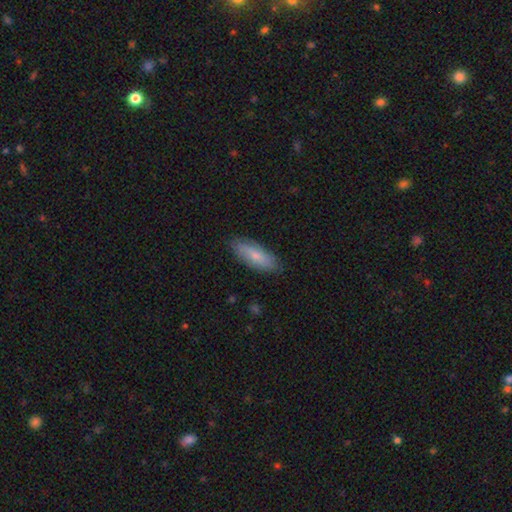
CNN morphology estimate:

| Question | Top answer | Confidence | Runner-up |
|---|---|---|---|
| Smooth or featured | smooth | 73% | featured or disk (21%) |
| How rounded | in between | 69% | cigar-shaped (29%) |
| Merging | none | 84% | minor disturbance (13%) |